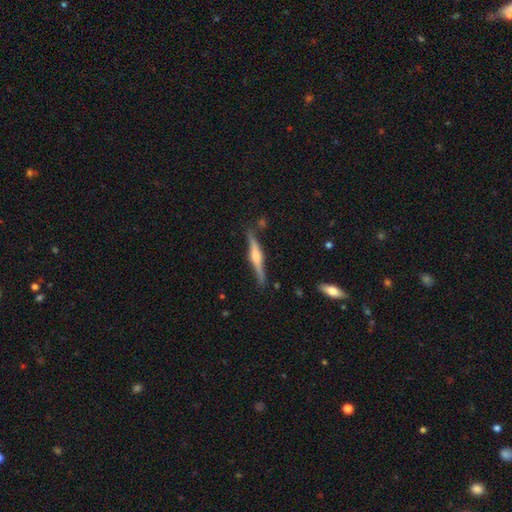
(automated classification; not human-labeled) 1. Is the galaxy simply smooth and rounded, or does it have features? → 77% featured or disk, 18% smooth, 6% star or artifact.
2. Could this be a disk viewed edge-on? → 98% yes, 2% no.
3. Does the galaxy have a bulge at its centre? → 77% rounded, 19% boxy, 5% none.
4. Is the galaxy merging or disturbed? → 85% none, 10% minor disturbance, 2% merger, 2% major disturbance.